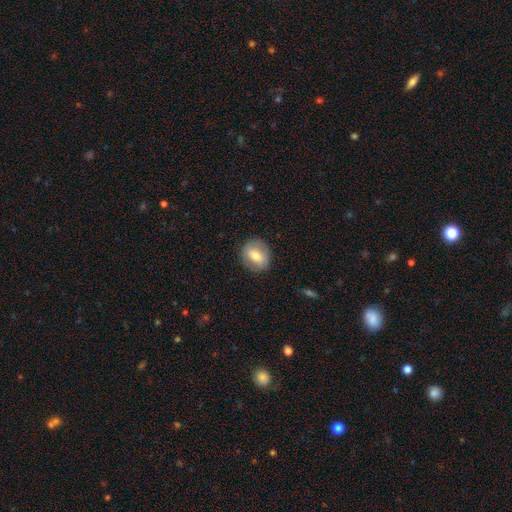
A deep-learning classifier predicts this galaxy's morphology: type=smooth (67%); roundness=round (62%); merging=none (85%).